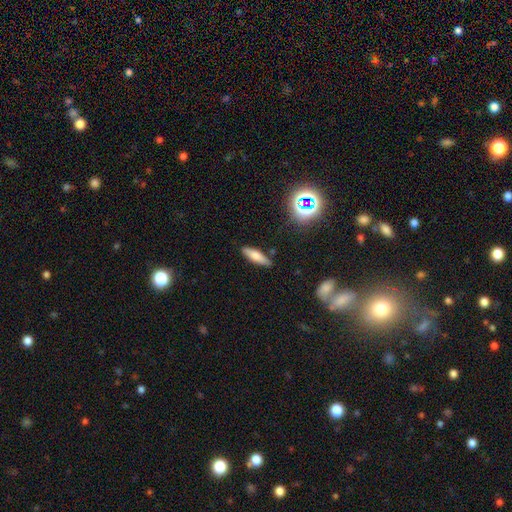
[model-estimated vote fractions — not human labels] Q: Smooth or featured?
A: smooth (66%); runner-up: featured or disk (24%)
Q: How rounded?
A: cigar-shaped (56%); runner-up: in between (41%)
Q: Merging?
A: none (85%); runner-up: minor disturbance (11%)